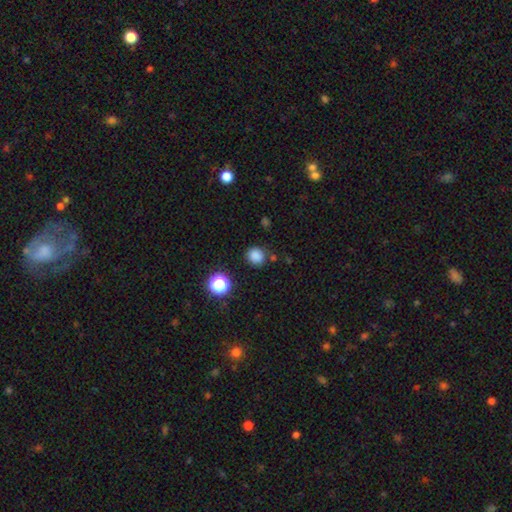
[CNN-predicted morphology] The model was most divided on "how rounded": round: 81%, in between: 18%, cigar-shaped: 1%. More confident: merging — none (82%); smooth or featured — smooth (82%).